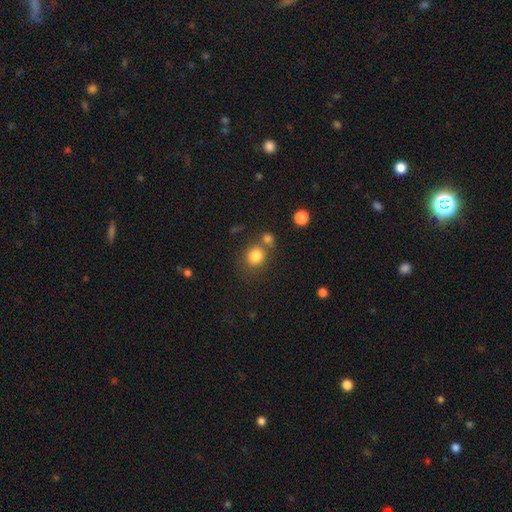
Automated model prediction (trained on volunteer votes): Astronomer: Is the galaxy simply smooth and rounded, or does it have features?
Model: smooth — 83%.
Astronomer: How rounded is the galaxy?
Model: round — 78%.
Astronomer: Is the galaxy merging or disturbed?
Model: none — 62%.